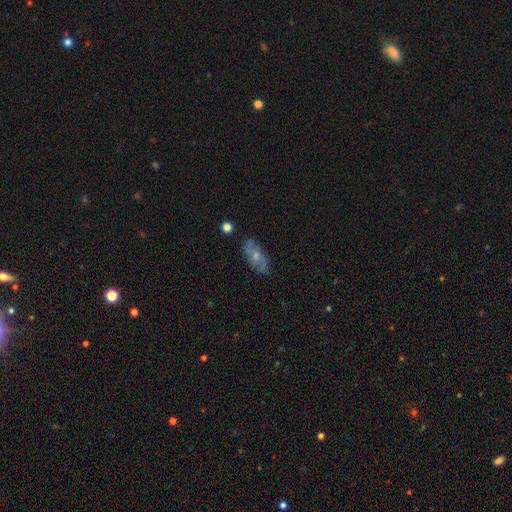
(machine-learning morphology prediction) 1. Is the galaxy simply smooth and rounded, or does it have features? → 48% featured or disk, 43% smooth, 8% star or artifact.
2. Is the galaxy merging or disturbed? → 76% none, 17% minor disturbance, 5% major disturbance, 2% merger.